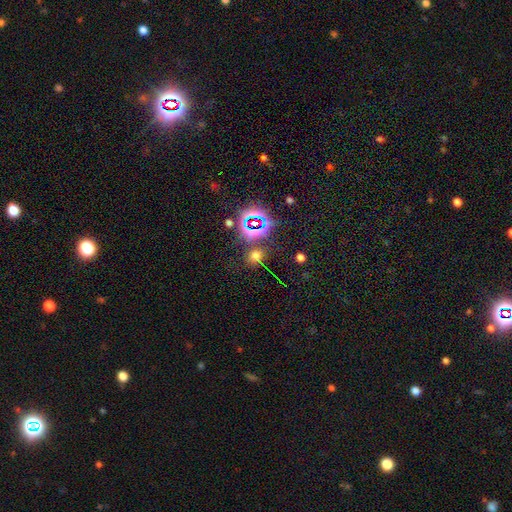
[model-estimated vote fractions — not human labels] smooth-or-featured: smooth: 47% | star or artifact: 46% | featured or disk: 7%
  merging: none: 76% | minor disturbance: 11% | merger: 8% | major disturbance: 5%